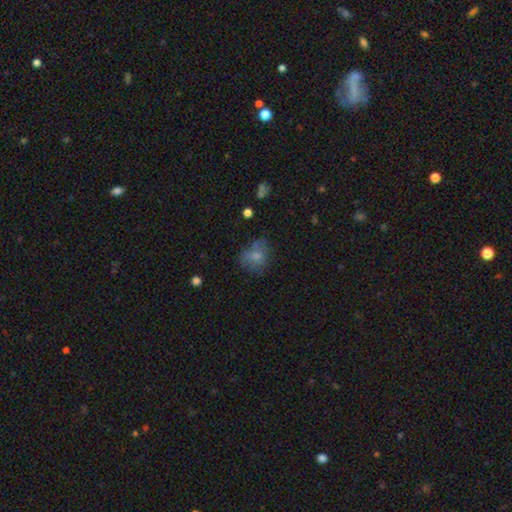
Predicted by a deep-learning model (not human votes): The model was most divided on "how rounded": round: 53%, in between: 45%, cigar-shaped: 1%. Remaining: smooth or featured — smooth (69%); merging — none (50%).